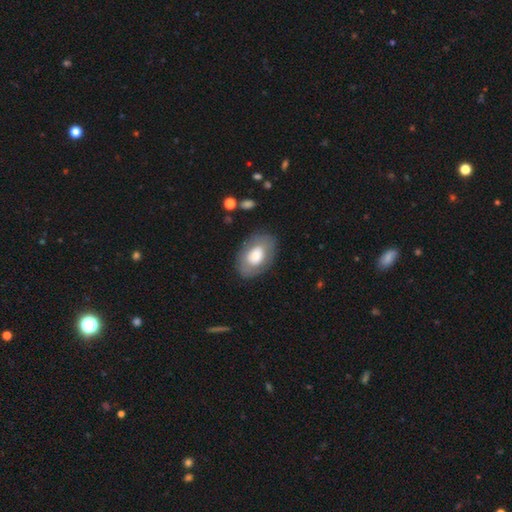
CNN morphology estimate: Smooth or featured? smooth (62%)
How rounded? in between (85%)
Merging? none (78%)